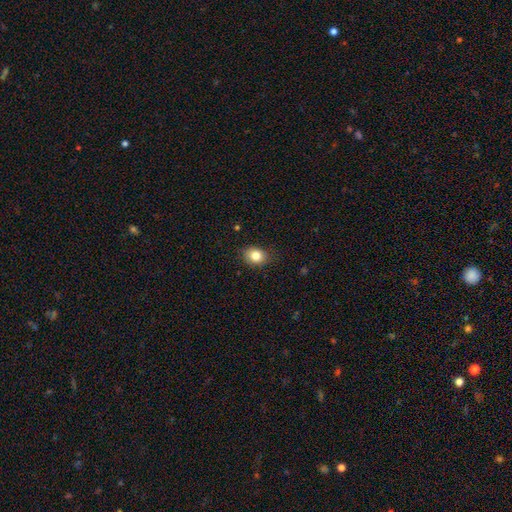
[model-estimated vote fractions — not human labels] Q: Smooth or featured?
A: smooth (83%); runner-up: star or artifact (10%)
Q: How rounded?
A: in between (52%); runner-up: round (47%)
Q: Merging?
A: none (82%); runner-up: minor disturbance (14%)